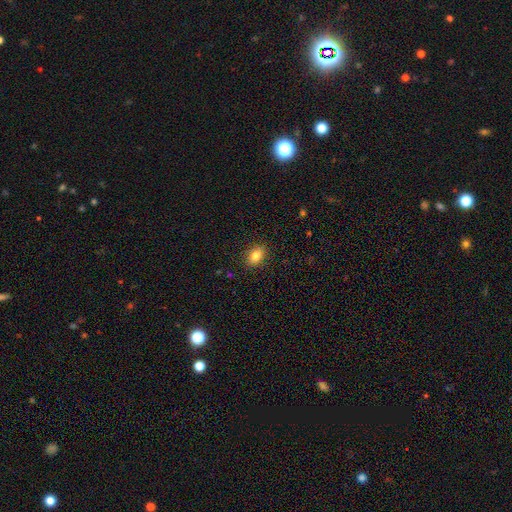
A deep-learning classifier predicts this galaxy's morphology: smooth-or-featured: smooth: 83% | star or artifact: 9% | featured or disk: 8%
  how-rounded: in between: 77% | round: 21% | cigar-shaped: 2%
  merging: none: 89% | minor disturbance: 8% | major disturbance: 2% | merger: 1%